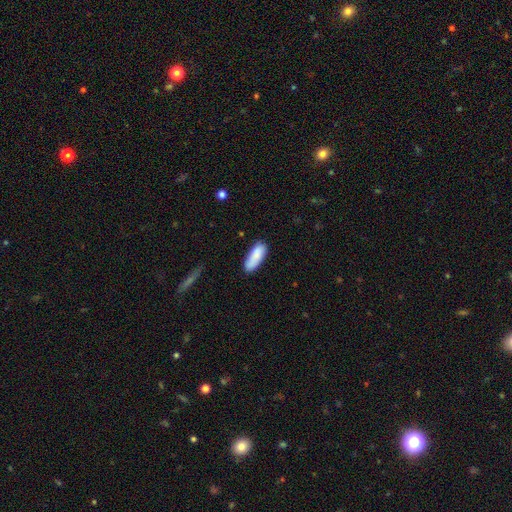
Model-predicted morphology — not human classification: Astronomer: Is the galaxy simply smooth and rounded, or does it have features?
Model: smooth — 86%.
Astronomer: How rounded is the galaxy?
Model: in between — 71%.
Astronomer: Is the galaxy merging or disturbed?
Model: none — 74%.